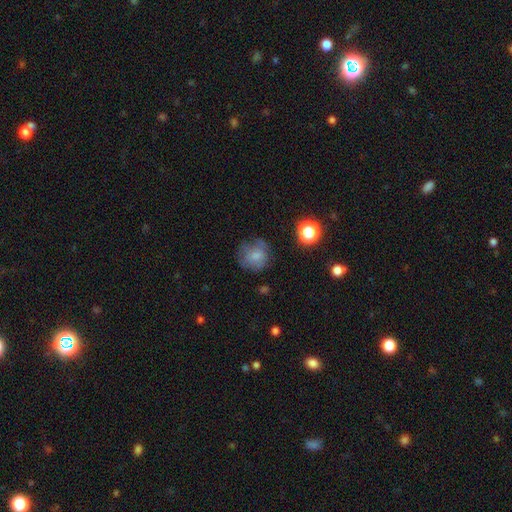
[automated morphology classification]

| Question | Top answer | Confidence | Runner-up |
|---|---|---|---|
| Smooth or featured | smooth | 72% | featured or disk (15%) |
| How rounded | round | 85% | in between (14%) |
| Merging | none | 61% | minor disturbance (24%) |